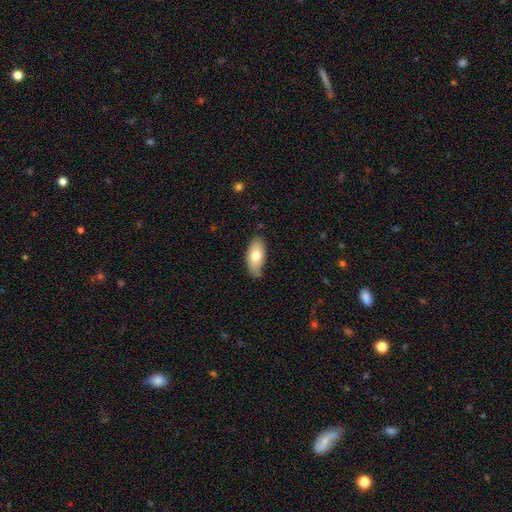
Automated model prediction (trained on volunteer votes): smooth 73%, featured or disk 21%, star or artifact 7%. Down the decision tree: how rounded — in between (92%); merging — none (76%).